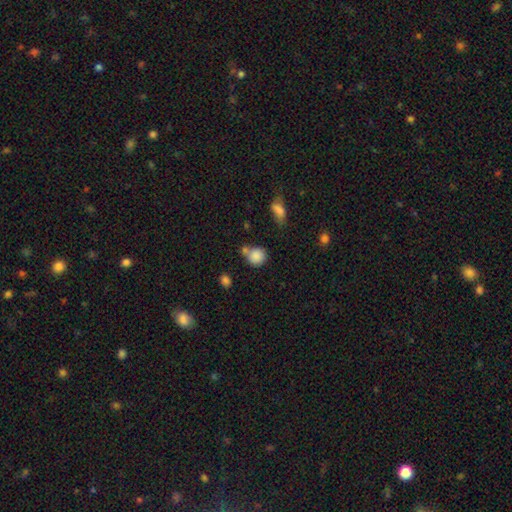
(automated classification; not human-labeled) A smooth galaxy with no disk features (85%) that is round (84%). Merging: none (56%).